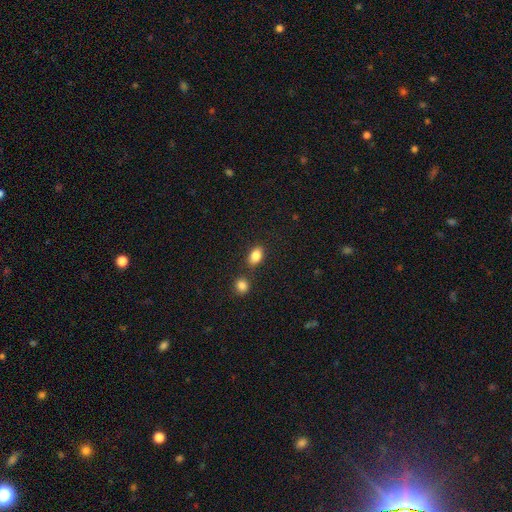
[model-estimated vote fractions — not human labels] smooth_or_featured: smooth (p=0.84) [alt: star or artifact p=0.09]
how_rounded: in between (p=0.83) [alt: round p=0.15]
merging: none (p=0.75) [alt: merger p=0.11]